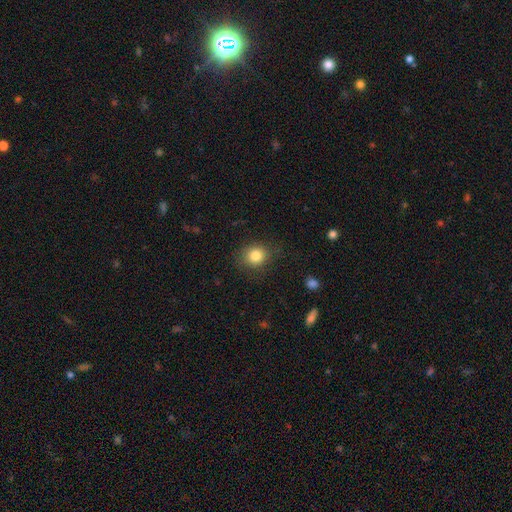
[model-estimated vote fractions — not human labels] Overall: smooth (83%). How rounded: round (74%). Merging: none (83%).